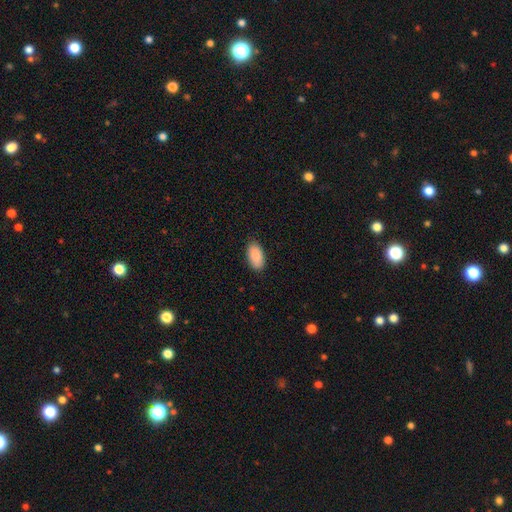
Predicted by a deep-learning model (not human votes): The model was most divided on "merging": none: 88%, minor disturbance: 9%, major disturbance: 2%, merger: 1%. More confident: how rounded — in between (95%); smooth or featured — smooth (91%).